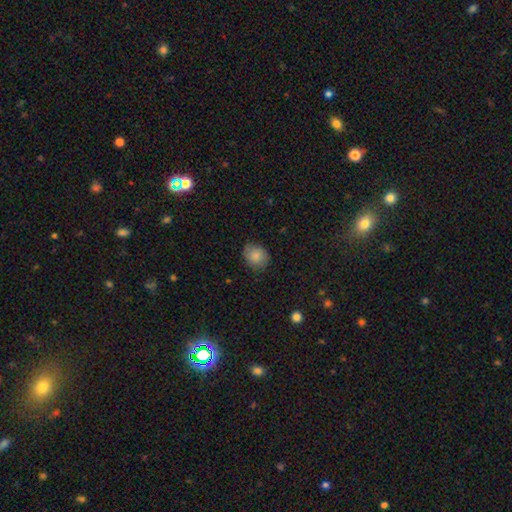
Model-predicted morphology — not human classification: Smooth or featured? smooth (85%)
How rounded? round (58%)
Merging? none (78%)